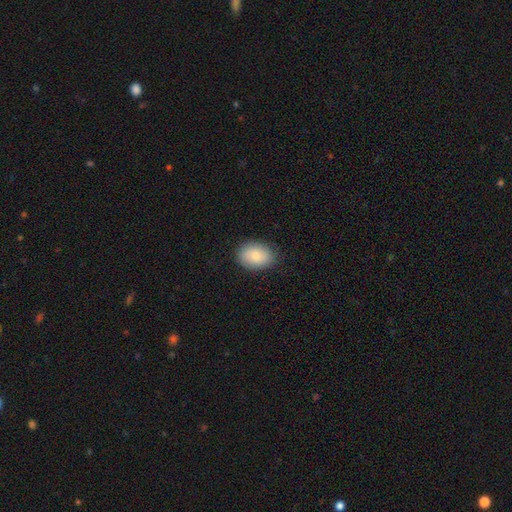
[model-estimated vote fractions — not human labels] The model was most divided on "how rounded": in between: 77%, round: 22%, cigar-shaped: 1%. More confident: smooth or featured — smooth (85%); merging — none (84%).